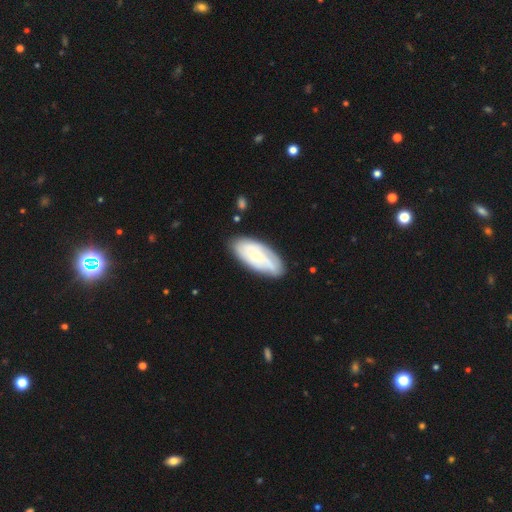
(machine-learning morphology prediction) featured or disk 64%, smooth 31%, star or artifact 5%. Down the decision tree: edge-on disk — no (91%); bar — no (76%); spiral arms — yes (82%); bulge size — small (57%); merging — none (77%).